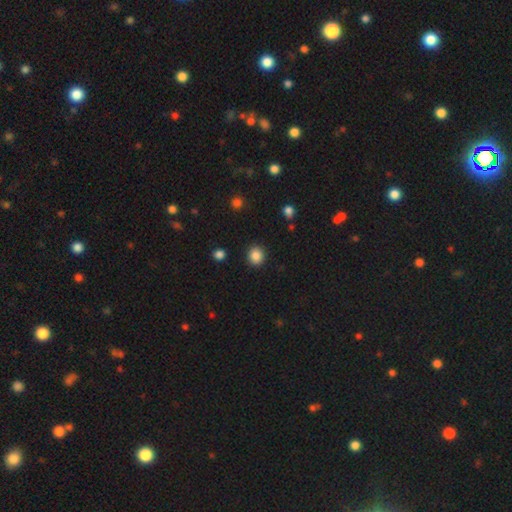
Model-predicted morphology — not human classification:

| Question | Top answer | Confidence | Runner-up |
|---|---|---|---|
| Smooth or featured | smooth | 86% | star or artifact (10%) |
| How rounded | round | 82% | in between (17%) |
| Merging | none | 90% | minor disturbance (6%) |